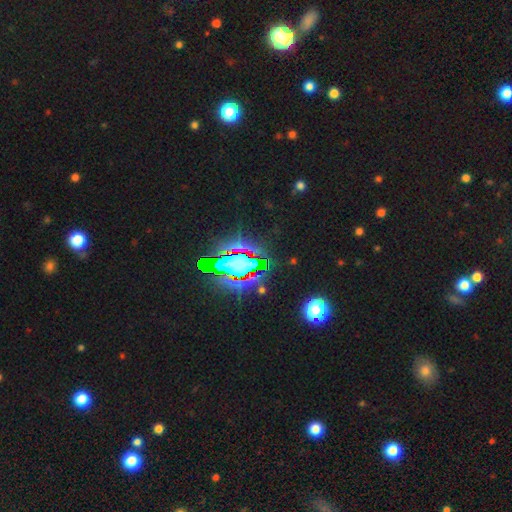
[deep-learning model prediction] This is likely a star or artifact rather than a galaxy (76%).